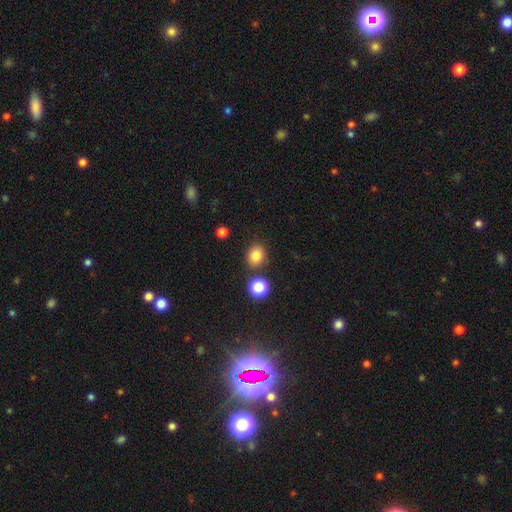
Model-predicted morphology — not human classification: type=smooth (83%); roundness=round (65%); merging=none (80%).